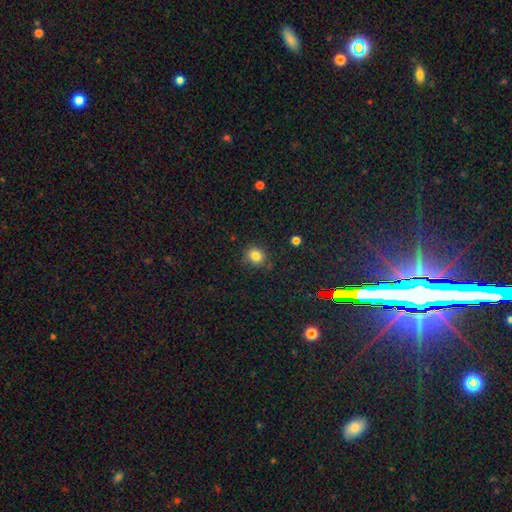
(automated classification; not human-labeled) Smooth or featured? Predicted: smooth (p=0.83). How rounded? Predicted: round (p=0.76). Merging? Predicted: none (p=0.81).